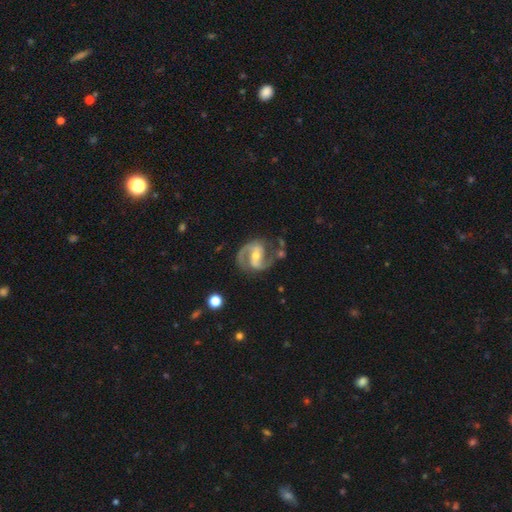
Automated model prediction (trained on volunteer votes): featured or disk 90%, smooth 5%, star or artifact 5%. Down the decision tree: edge-on disk — no (98%); bar — strong (43%); spiral arms — yes (97%); spiral arm count — 2 (92%); spiral winding — medium (61%); bulge size — moderate (52%); merging — none (73%).